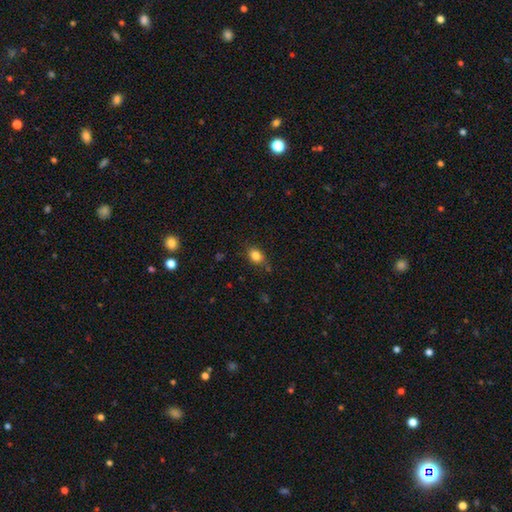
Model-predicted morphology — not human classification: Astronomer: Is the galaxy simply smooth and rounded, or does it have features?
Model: smooth — 83%.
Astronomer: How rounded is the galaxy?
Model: in between — 62%.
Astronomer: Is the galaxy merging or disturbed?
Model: none — 74%.